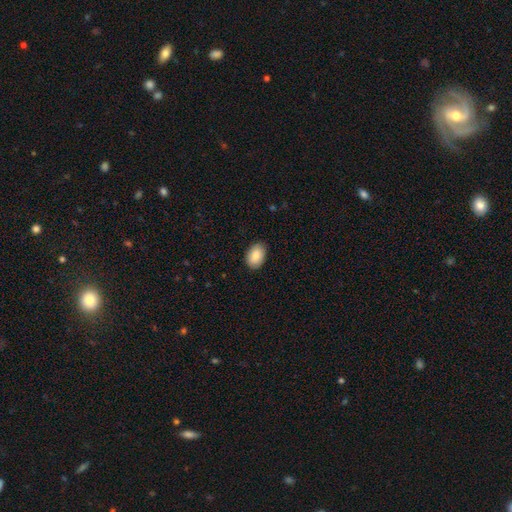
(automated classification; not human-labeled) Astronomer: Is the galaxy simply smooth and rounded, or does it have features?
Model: smooth — 85%.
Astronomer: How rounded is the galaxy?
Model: in between — 86%.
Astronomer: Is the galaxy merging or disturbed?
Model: none — 87%.